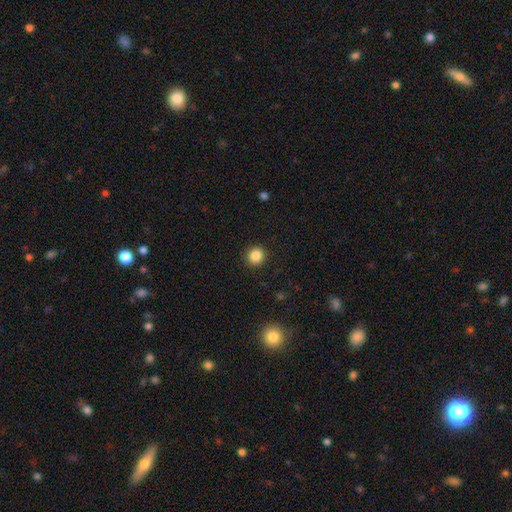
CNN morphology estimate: Overall: smooth (86%). How rounded: round (92%). Merging: none (92%).